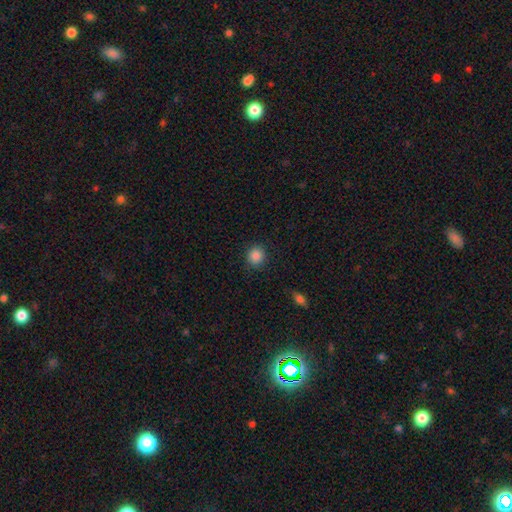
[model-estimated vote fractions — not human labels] A smooth galaxy with no disk features (87%) that is round (89%). Merging: none (90%).